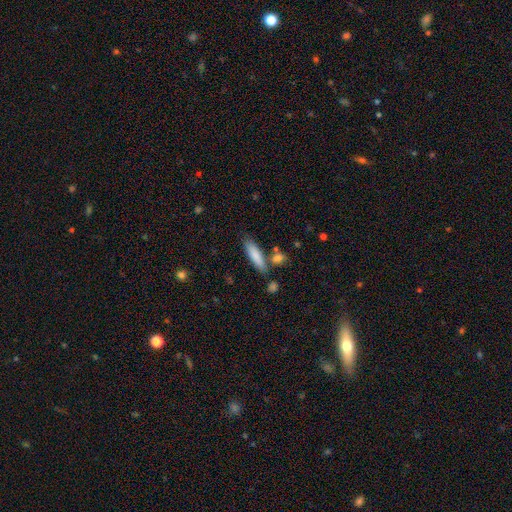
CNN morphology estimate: type=smooth (83%); roundness=cigar-shaped (66%); merging=none (74%).